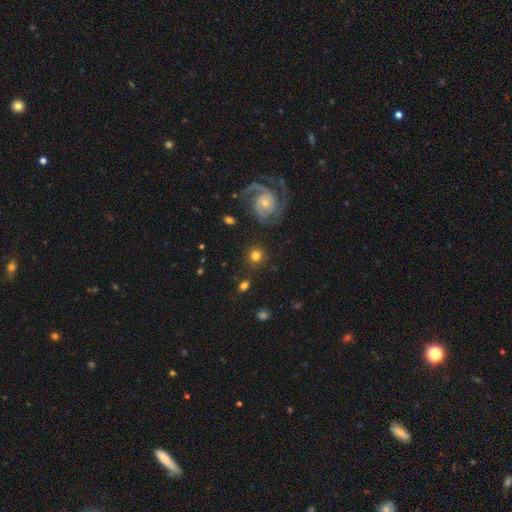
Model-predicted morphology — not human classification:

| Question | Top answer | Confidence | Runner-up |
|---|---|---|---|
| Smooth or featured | smooth | 69% | featured or disk (20%) |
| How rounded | round | 91% | in between (8%) |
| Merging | none | 86% | minor disturbance (8%) |